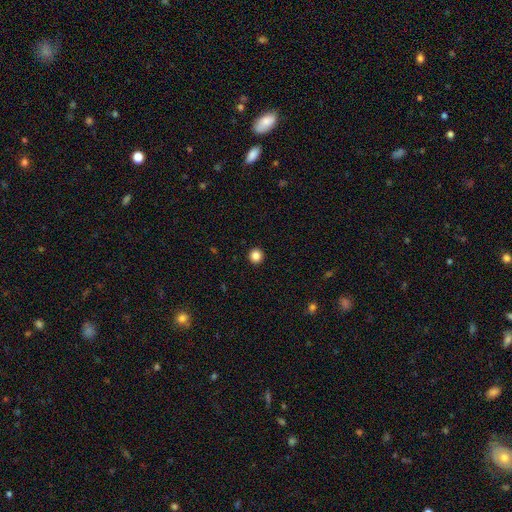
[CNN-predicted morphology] Smooth or featured? Predicted: smooth (p=0.85). How rounded? Predicted: round (p=0.95). Merging? Predicted: none (p=0.94).